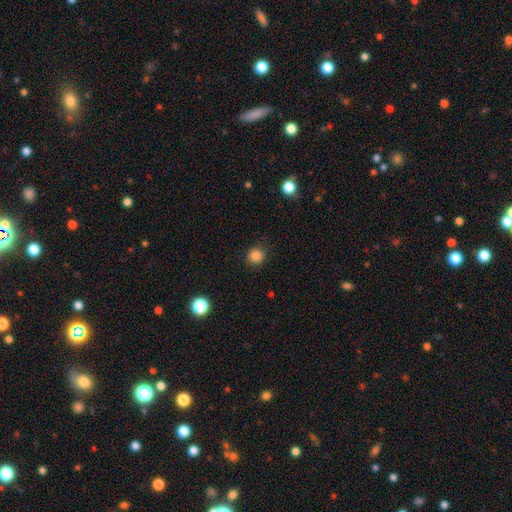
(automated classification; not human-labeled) Smooth or featured: smooth — 85% (star or artifact — 11%)
How rounded: round — 89% (in between — 10%)
Merging: none — 86% (minor disturbance — 10%)